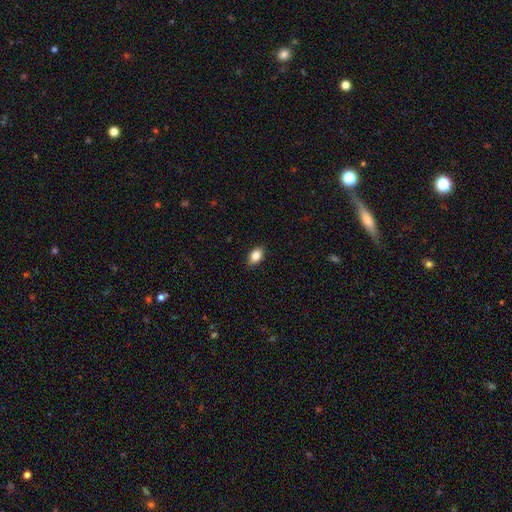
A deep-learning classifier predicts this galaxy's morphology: A smooth galaxy with no disk features (86%) that is in between round and cigar-shaped (85%).

Vote fractions:
- Smooth or featured? smooth: 86% / star or artifact: 8% / featured or disk: 6%
- How rounded? in between: 85% / round: 13% / cigar-shaped: 2%
- Merging? none: 87% / minor disturbance: 10% / major disturbance: 2% / merger: 1%